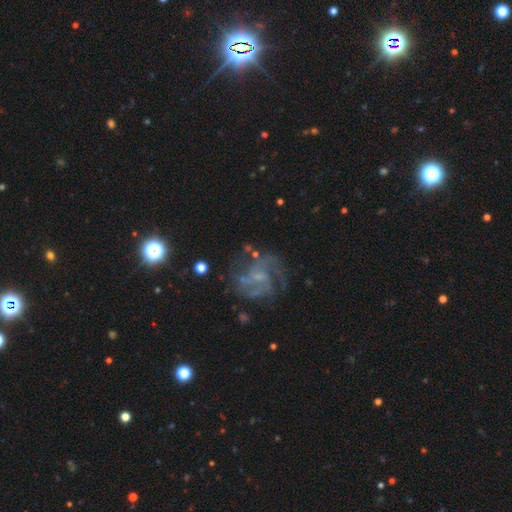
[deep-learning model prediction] The model was most divided on "spiral arm count": can't tell: 30%, 3: 26%, 2: 23%, 4: 9%, 1: 6%, more than 4: 6%. Remaining: edge-on disk — no (98%); spiral arms — yes (87%); smooth or featured — featured or disk (76%); merging — none (61%); bar — no (49%); spiral winding — medium (47%); bulge size — small (47%).